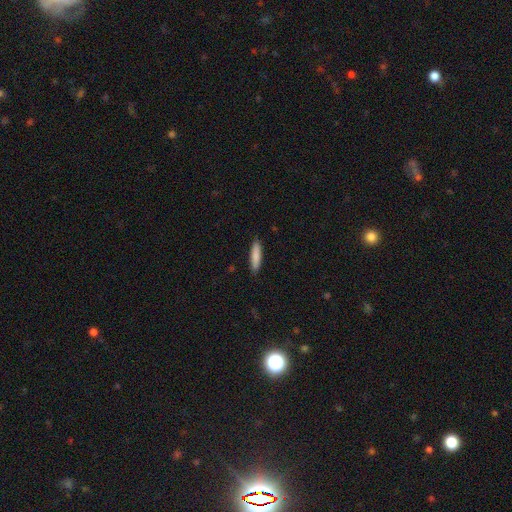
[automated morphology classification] smooth 85%, featured or disk 10%, star or artifact 6%. Down the decision tree: how rounded — cigar-shaped (81%); merging — none (88%).